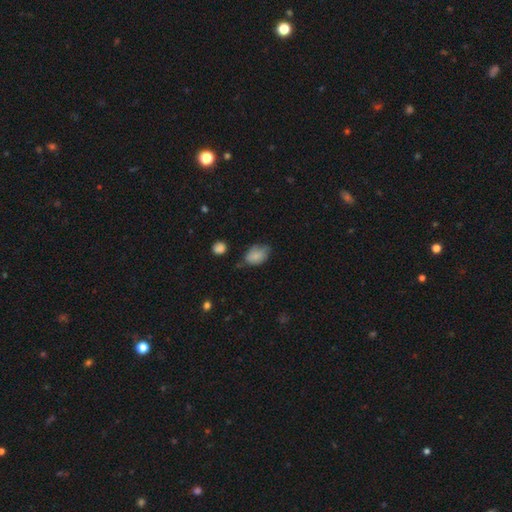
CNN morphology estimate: A smooth galaxy with no disk features (81%) that is in between round and cigar-shaped (81%).

Vote fractions:
- Smooth or featured? smooth: 81% / featured or disk: 11% / star or artifact: 8%
- How rounded? in between: 81% / round: 18% / cigar-shaped: 1%
- Merging? none: 49% / minor disturbance: 39% / major disturbance: 9% / merger: 4%